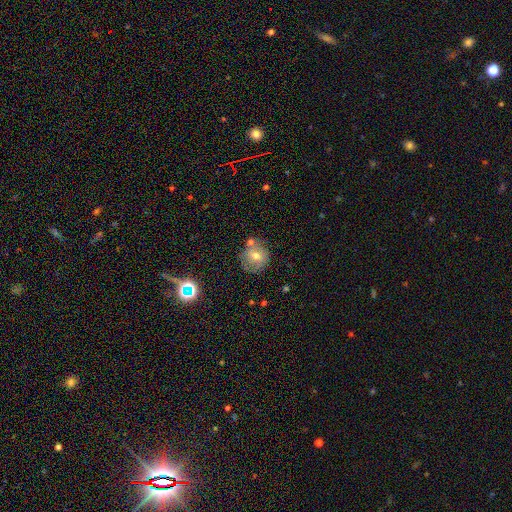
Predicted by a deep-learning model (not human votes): Overall: smooth (56%; featured or disk 33%). How rounded: round (87%). Merging: none (62%).